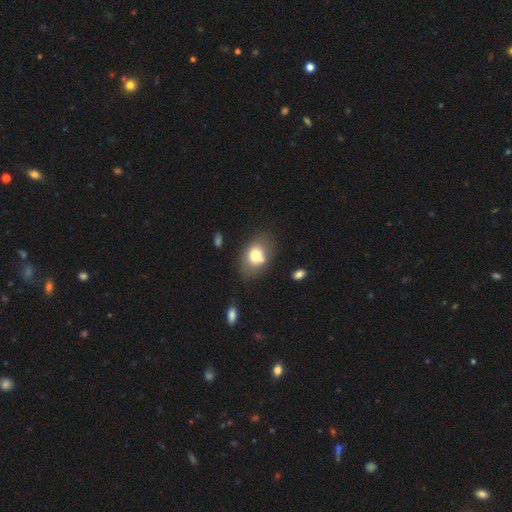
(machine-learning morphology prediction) Smooth or featured: smooth — 71% (featured or disk — 19%)
How rounded: in between — 70% (round — 29%)
Merging: none — 66% (minor disturbance — 16%)